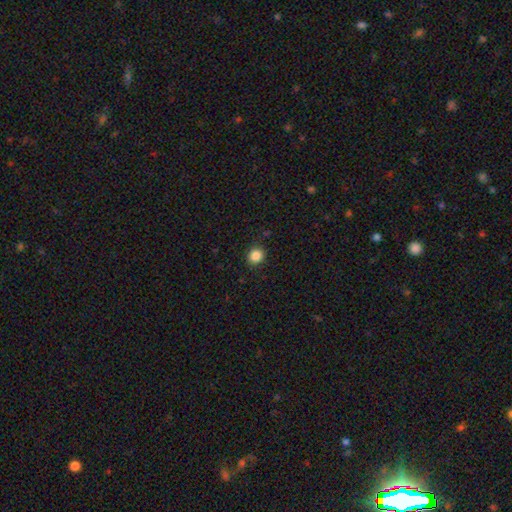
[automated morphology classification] The model was most divided on "how rounded": round: 80%, in between: 20%, cigar-shaped: 1%. More confident: merging — none (90%); smooth or featured — smooth (86%).